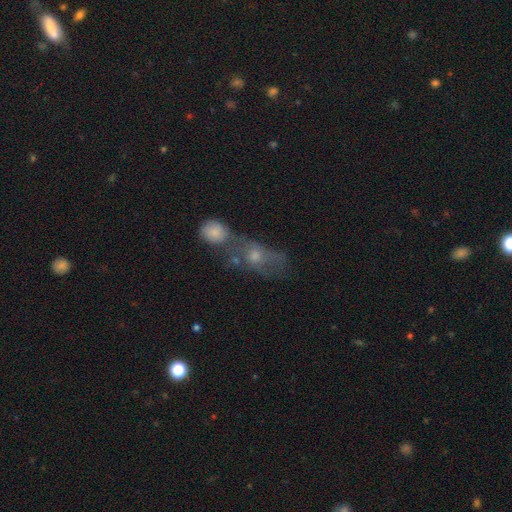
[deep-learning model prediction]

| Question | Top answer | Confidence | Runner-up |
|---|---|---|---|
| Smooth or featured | smooth | 50% | featured or disk (36%) |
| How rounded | in between | 68% | round (24%) |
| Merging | merger | 48% | none (23%) |